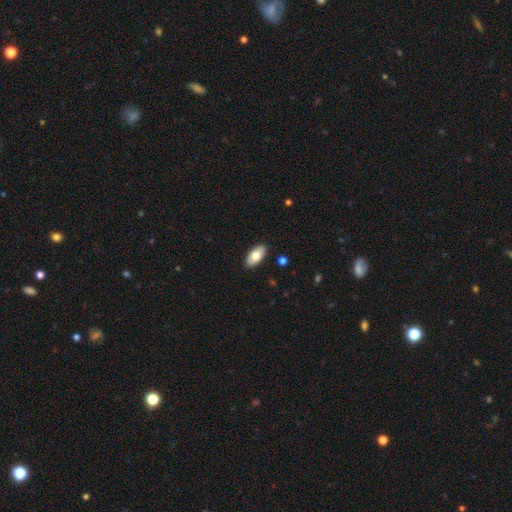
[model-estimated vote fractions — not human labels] Smooth or featured? Predicted: smooth (p=0.75). How rounded? Predicted: in between (p=0.93). Merging? Predicted: none (p=0.89).